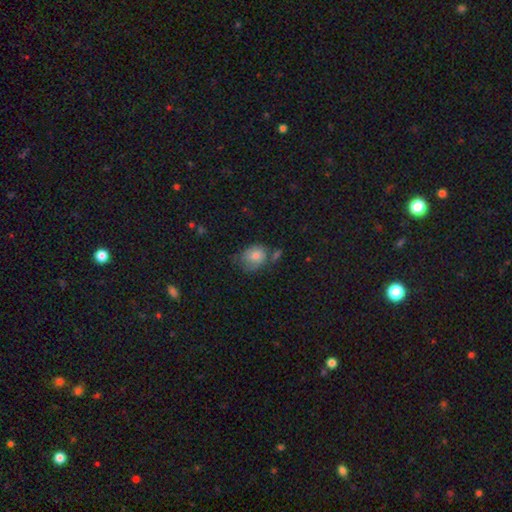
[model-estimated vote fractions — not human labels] The model was most divided on "how rounded": round: 55%, in between: 44%, cigar-shaped: 1%. Remaining: smooth or featured — smooth (70%); merging — none (44%).